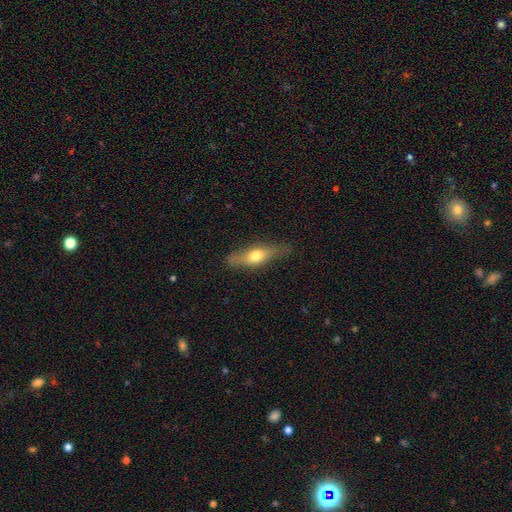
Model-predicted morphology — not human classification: A smooth galaxy with no disk features (52%) that is cigar-shaped (55%).

Vote fractions:
- Smooth or featured? smooth: 52% / featured or disk: 42% / star or artifact: 6%
- How rounded? cigar-shaped: 55% / in between: 41% / round: 4%
- Merging? none: 78% / minor disturbance: 16% / major disturbance: 4% / merger: 1%